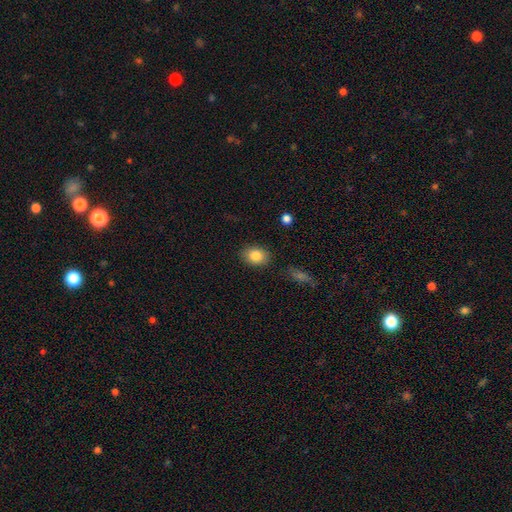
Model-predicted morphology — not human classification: type=smooth (84%); roundness=in between (69%); merging=none (86%).